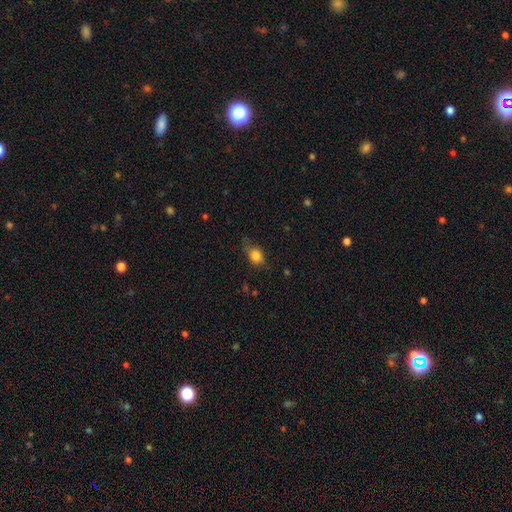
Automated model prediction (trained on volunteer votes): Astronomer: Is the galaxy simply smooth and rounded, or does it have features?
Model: smooth — 82%.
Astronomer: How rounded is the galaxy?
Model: in between — 61% (runner-up: round, 36%).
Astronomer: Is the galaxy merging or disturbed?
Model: none — 63%.